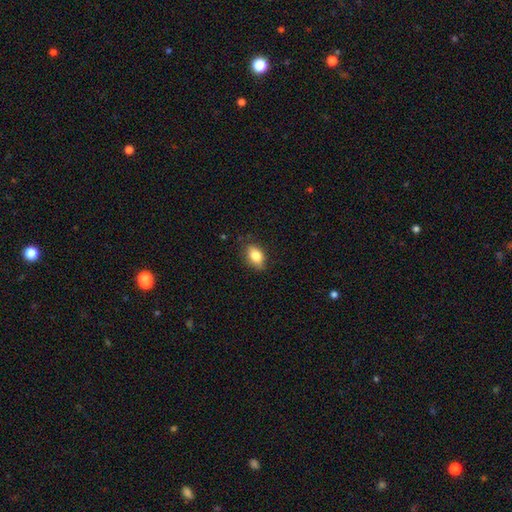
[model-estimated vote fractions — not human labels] Smooth or featured: smooth — 82% (featured or disk — 10%)
How rounded: in between — 86% (round — 11%)
Merging: none — 79% (minor disturbance — 17%)